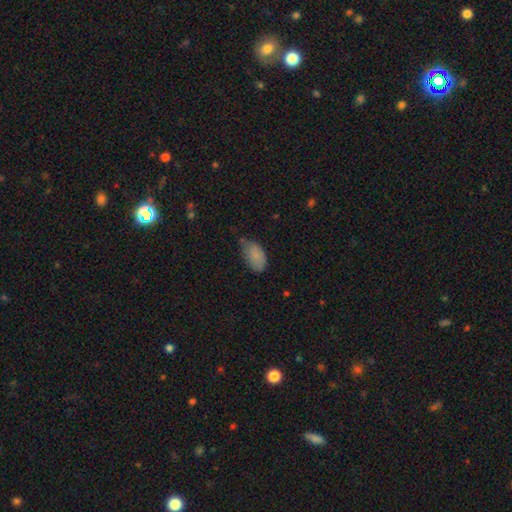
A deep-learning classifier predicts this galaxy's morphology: smooth_or_featured: smooth (p=0.84) [alt: featured or disk p=0.08]
how_rounded: in between (p=0.94) [alt: round p=0.04]
merging: none (p=0.53) [alt: minor disturbance p=0.37]